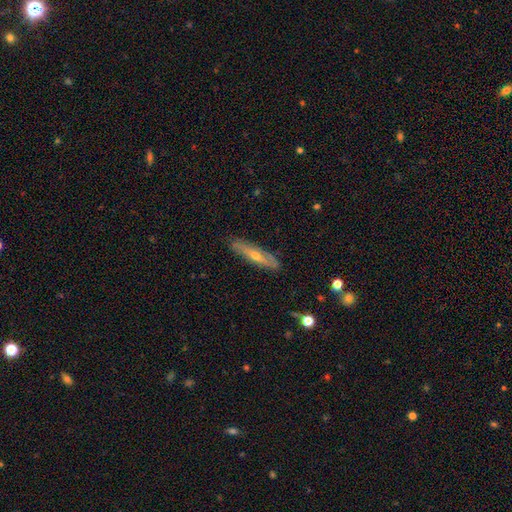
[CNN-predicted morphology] featured or disk 60%, smooth 33%, star or artifact 7%. Down the decision tree: edge-on disk — yes (72%); merging — none (84%).